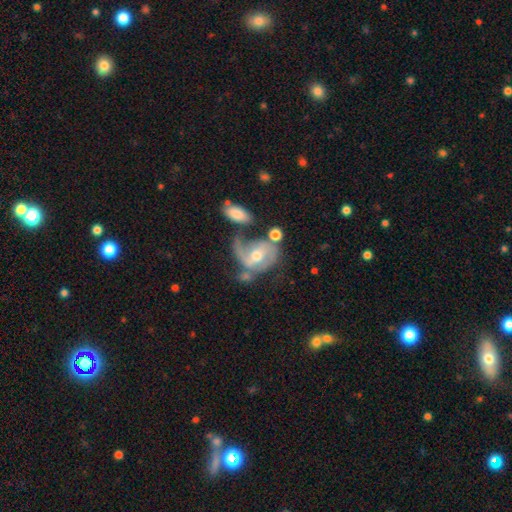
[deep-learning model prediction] A featured or disk galaxy (79%) with no bar (45%), 2 (59%) medium (46%) spiral arms (87%) and a moderate central bulge (68%).

Vote fractions:
- Smooth or featured? featured or disk: 79% / smooth: 14% / star or artifact: 7%
- Edge-on disk? no: 97% / yes: 3%
- Bar? no: 45% / weak: 40% / strong: 15%
- Spiral arms? yes: 87% / no: 13%
- Spiral winding? medium: 46% / loose: 27% / tight: 27%
- Spiral arm count? 2: 59% / 1: 16% / can't tell: 15% / 3: 6% / 4: 2% / more than 4: 2%
- Bulge size? moderate: 68% / small: 25% / large: 5% / none: 2% / dominant: 1%
- Merging? none: 34% / major disturbance: 24% / merger: 23% / minor disturbance: 20%